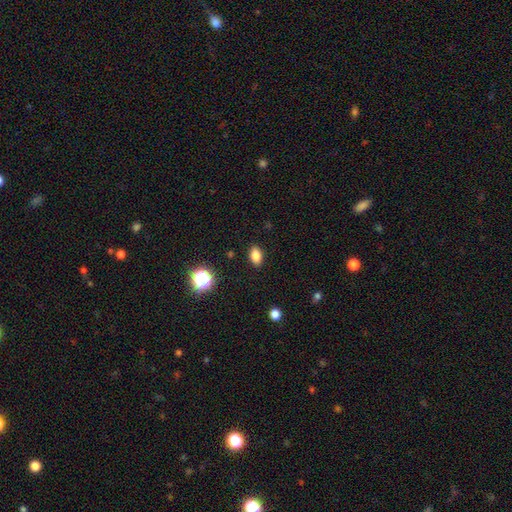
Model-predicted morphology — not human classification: smooth_or_featured: smooth (p=0.83) [alt: star or artifact p=0.12]
how_rounded: in between (p=0.85) [alt: round p=0.13]
merging: none (p=0.89) [alt: minor disturbance p=0.08]